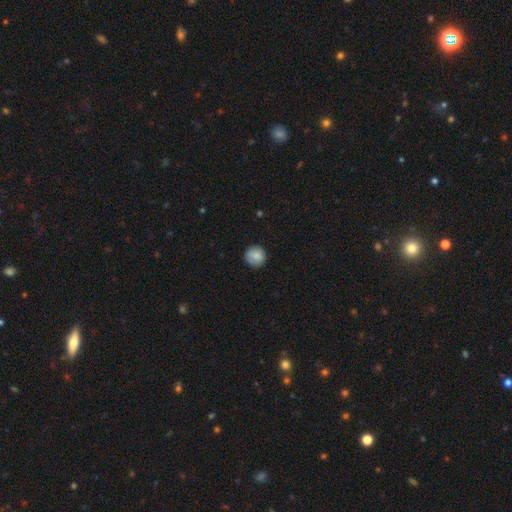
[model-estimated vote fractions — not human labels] Q: Smooth or featured?
A: smooth (84%); runner-up: featured or disk (8%)
Q: How rounded?
A: round (93%); runner-up: in between (6%)
Q: Merging?
A: none (85%); runner-up: minor disturbance (12%)